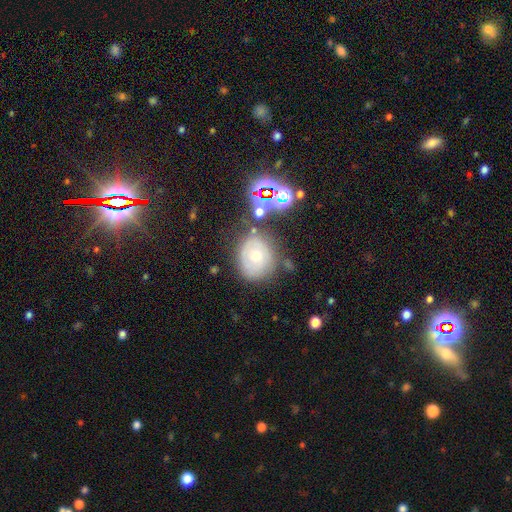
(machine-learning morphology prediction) A smooth galaxy with no disk features (54%) that is round (64%). Merging: none (63%).